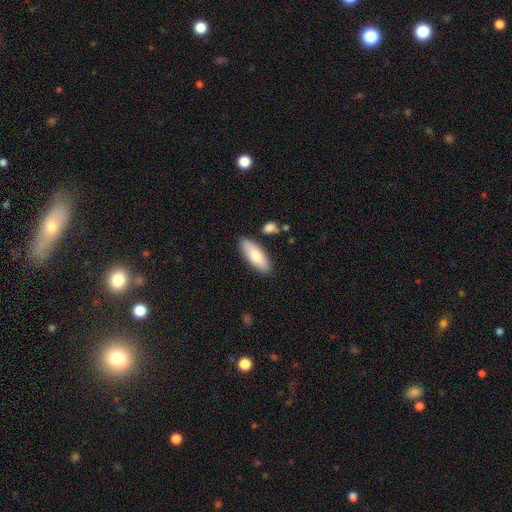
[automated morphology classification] Q: Smooth or featured?
A: smooth (78%); runner-up: featured or disk (16%)
Q: How rounded?
A: in between (68%); runner-up: cigar-shaped (30%)
Q: Merging?
A: none (83%); runner-up: minor disturbance (11%)